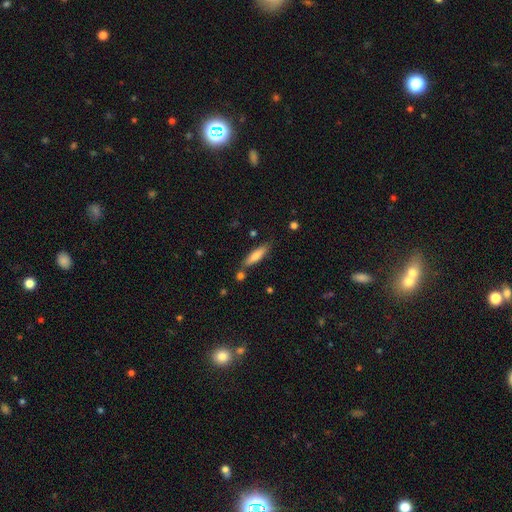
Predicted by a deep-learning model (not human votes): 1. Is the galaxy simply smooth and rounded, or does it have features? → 74% smooth, 20% featured or disk, 6% star or artifact.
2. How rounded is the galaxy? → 68% cigar-shaped, 30% in between, 2% round.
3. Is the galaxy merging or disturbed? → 74% none, 14% minor disturbance, 8% merger, 3% major disturbance.